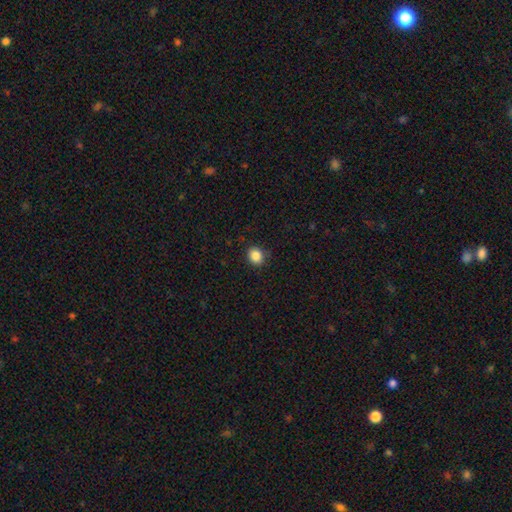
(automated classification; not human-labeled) Morphology: type=smooth (87%); roundness=round (74%); merging=none (88%).